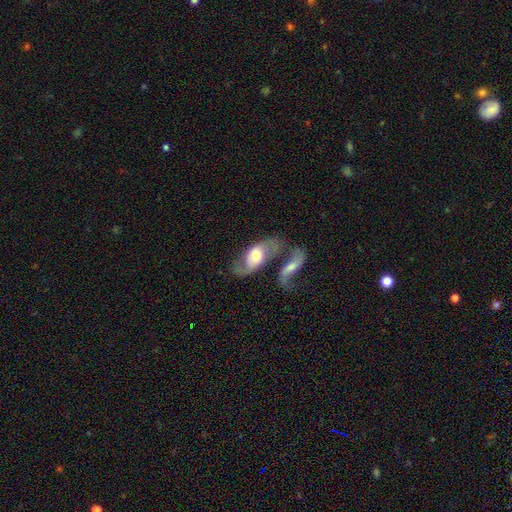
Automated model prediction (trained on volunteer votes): A featured or disk galaxy (61%) with no bar (51%), spiral arms (81%) and a moderate central bulge (51%). Merging: merger (44%).